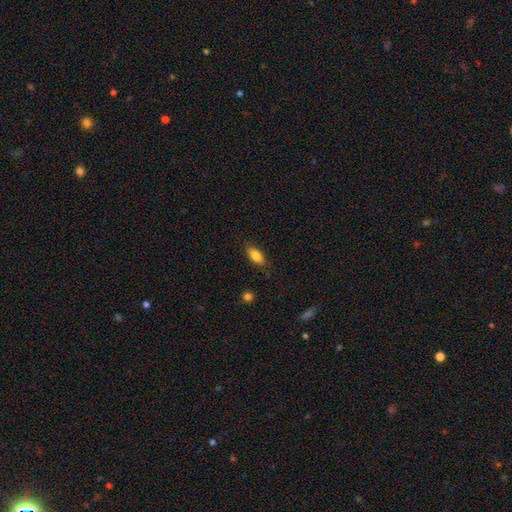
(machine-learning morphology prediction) Smooth or featured? smooth (80%)
How rounded? in between (81%)
Merging? none (83%)